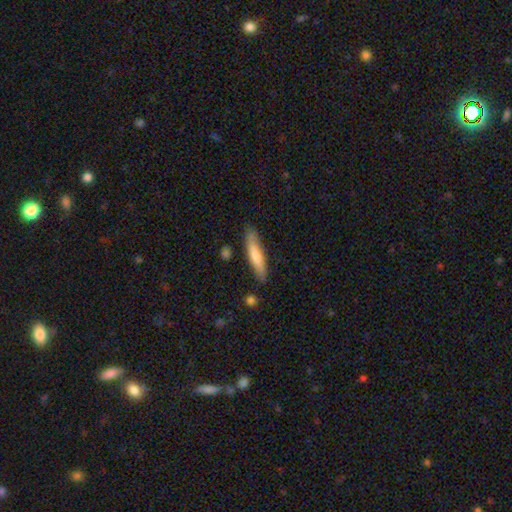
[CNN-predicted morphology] Q: Smooth or featured?
A: smooth (70%); runner-up: featured or disk (24%)
Q: How rounded?
A: cigar-shaped (85%); runner-up: in between (14%)
Q: Merging?
A: none (82%); runner-up: minor disturbance (13%)